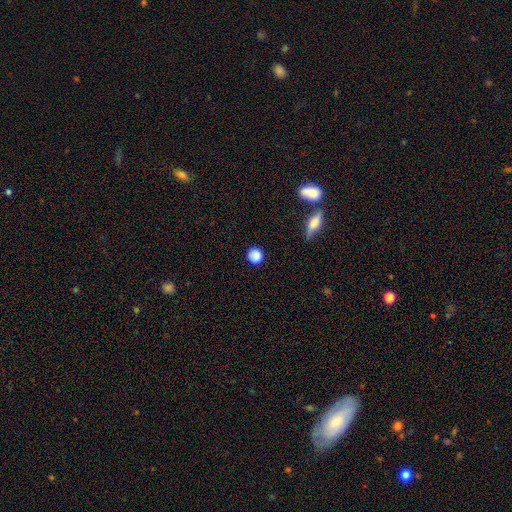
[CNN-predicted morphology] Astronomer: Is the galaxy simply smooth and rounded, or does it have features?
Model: smooth — 86%.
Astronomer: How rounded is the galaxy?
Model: round — 90%.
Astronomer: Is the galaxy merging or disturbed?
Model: none — 85%.